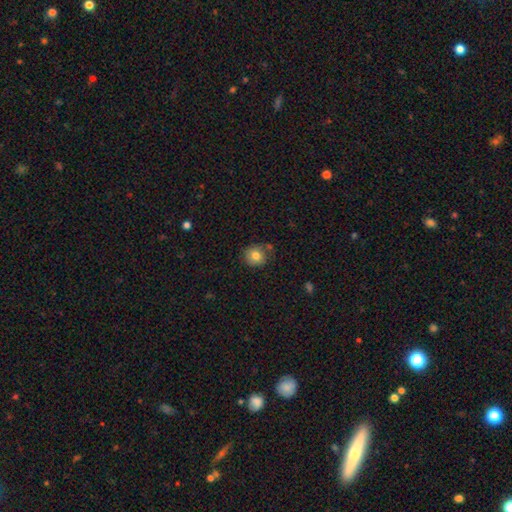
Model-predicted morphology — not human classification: smooth-or-featured: smooth: 79% | featured or disk: 11% | star or artifact: 10%
  how-rounded: round: 86% | in between: 13% | cigar-shaped: 1%
  merging: none: 72% | minor disturbance: 17% | merger: 6% | major disturbance: 4%